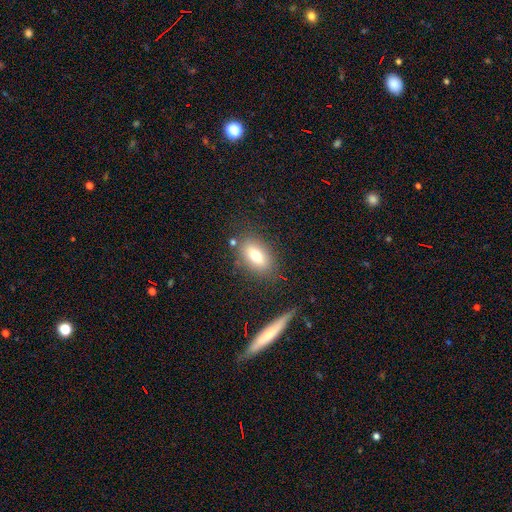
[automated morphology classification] Smooth or featured? smooth (73%)
How rounded? in between (84%)
Merging? none (78%)